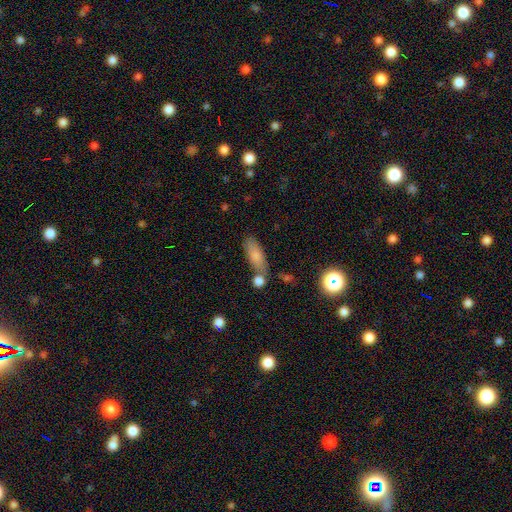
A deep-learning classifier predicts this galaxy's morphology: type=smooth (77%); roundness=in between (69%); merging=none (61%).